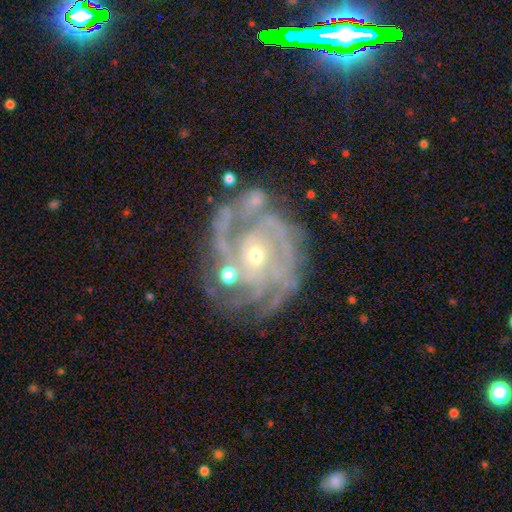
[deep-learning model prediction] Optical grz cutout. It shows a featured or disk galaxy (89%) with no bar (71%), 3 (27%) tight (63%) spiral arms (96%) and a small central bulge (67%). Merging: none (57%).